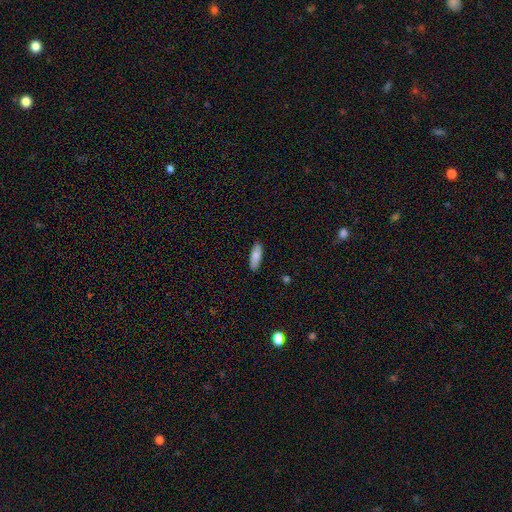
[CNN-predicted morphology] A smooth galaxy with no disk features (84%) that is in between round and cigar-shaped (60%).

Vote fractions:
- Smooth or featured? smooth: 84% / featured or disk: 10% / star or artifact: 6%
- How rounded? in between: 60% / cigar-shaped: 38% / round: 2%
- Merging? none: 88% / minor disturbance: 9% / major disturbance: 2% / merger: 1%